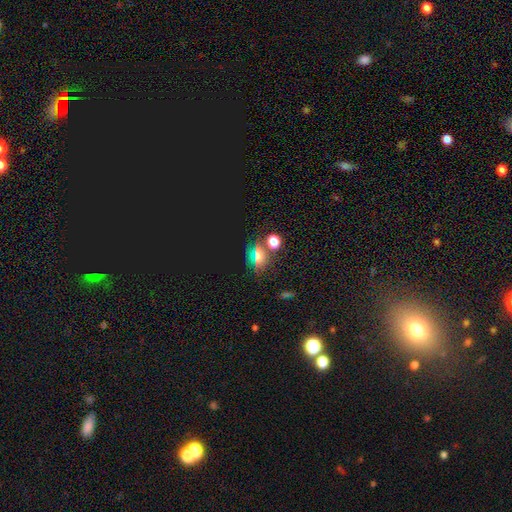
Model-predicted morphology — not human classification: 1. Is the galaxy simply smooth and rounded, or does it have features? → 47% star or artifact, 41% smooth, 12% featured or disk.